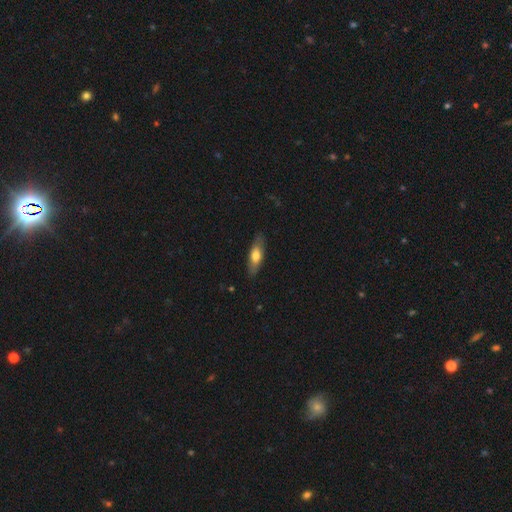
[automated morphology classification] Smooth or featured: smooth — 65% (featured or disk — 29%)
How rounded: in between — 60% (cigar-shaped — 38%)
Merging: none — 84% (minor disturbance — 13%)